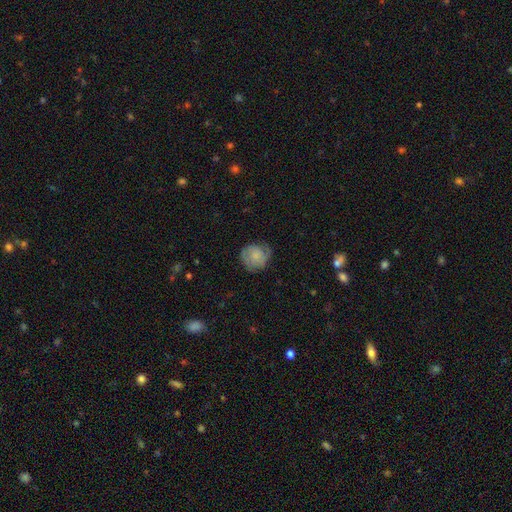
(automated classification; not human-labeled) smooth 59%, featured or disk 34%, star or artifact 7%. Down the decision tree: how rounded — round (83%); merging — none (62%).